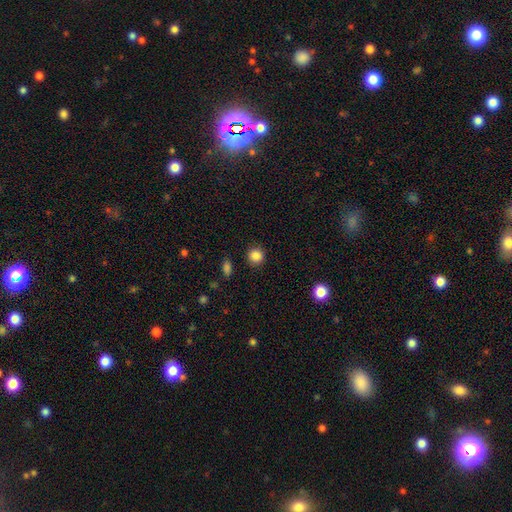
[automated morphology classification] This appears to be a smooth galaxy with no disk features (86%) that is round (90%). Merging: none (90%).